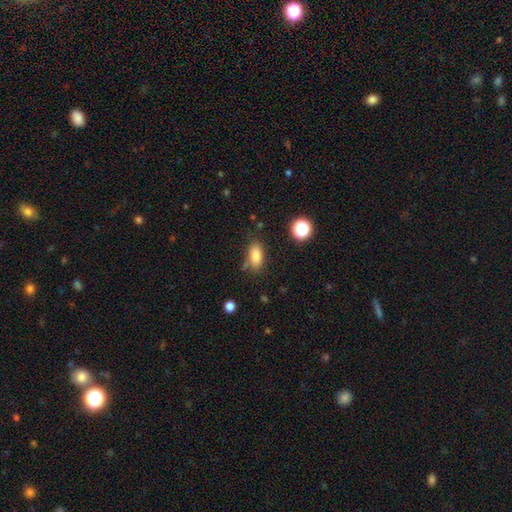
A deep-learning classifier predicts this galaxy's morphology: This appears to be a smooth galaxy with no disk features (81%) that is in between round and cigar-shaped (88%). Merging: none (73%).